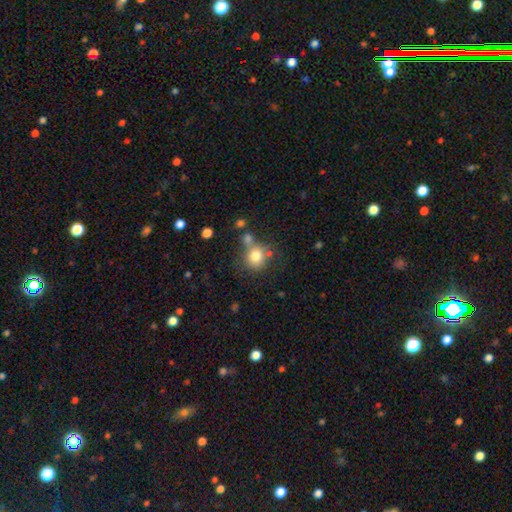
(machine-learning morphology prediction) Smooth or featured? Predicted: smooth (p=0.78). How rounded? Predicted: round (p=0.84). Merging? Predicted: none (p=0.56).